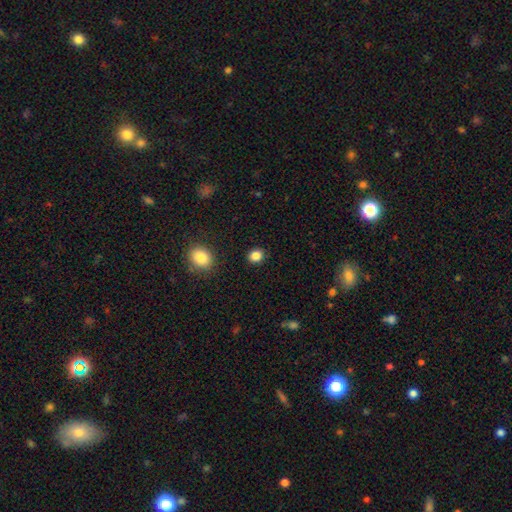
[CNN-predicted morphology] Smooth or featured?
  - smooth: 86% *
  - star or artifact: 11%
  - featured or disk: 4%
How rounded?
  - round: 67% *
  - in between: 32%
  - cigar-shaped: 1%
Merging?
  - none: 90% *
  - minor disturbance: 6%
  - major disturbance: 2%
  - merger: 2%